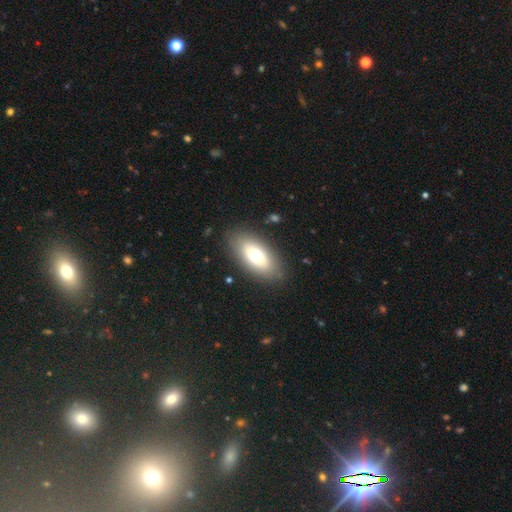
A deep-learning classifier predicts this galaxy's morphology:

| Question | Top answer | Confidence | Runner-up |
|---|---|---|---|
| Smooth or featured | smooth | 71% | featured or disk (22%) |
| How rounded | in between | 91% | cigar-shaped (6%) |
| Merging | none | 85% | minor disturbance (10%) |